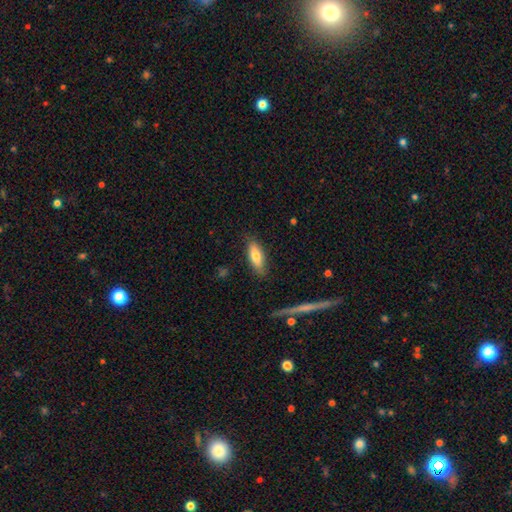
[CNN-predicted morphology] Smooth or featured? smooth (73%)
How rounded? in between (61%)
Merging? none (81%)